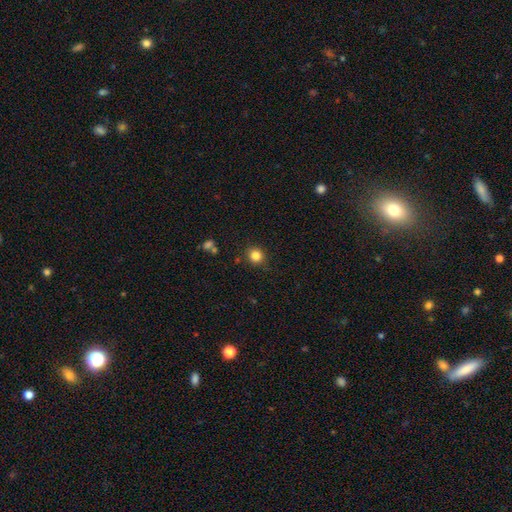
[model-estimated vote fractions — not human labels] A smooth galaxy with no disk features (83%) that is round (88%). Merging: none (88%).